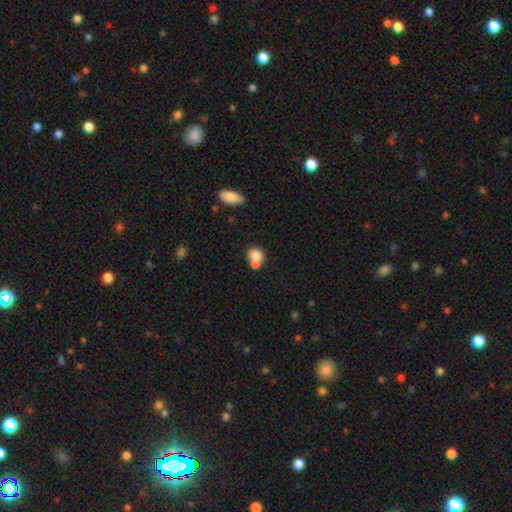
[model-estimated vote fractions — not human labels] Morphology: type=smooth (77%); roundness=round (69%); merging=merger (52%).